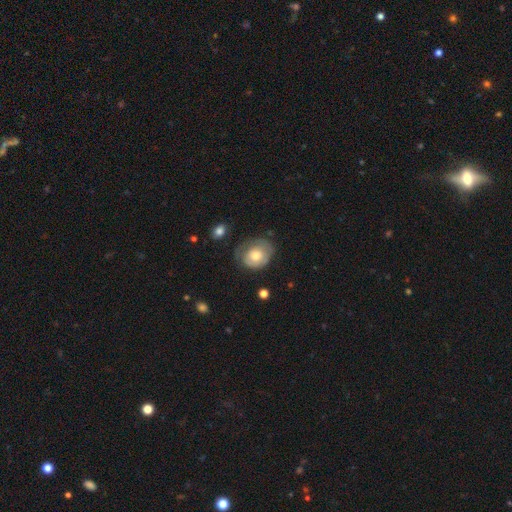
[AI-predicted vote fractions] Smooth or featured? smooth (54%)
How rounded? round (55%)
Merging? none (56%)